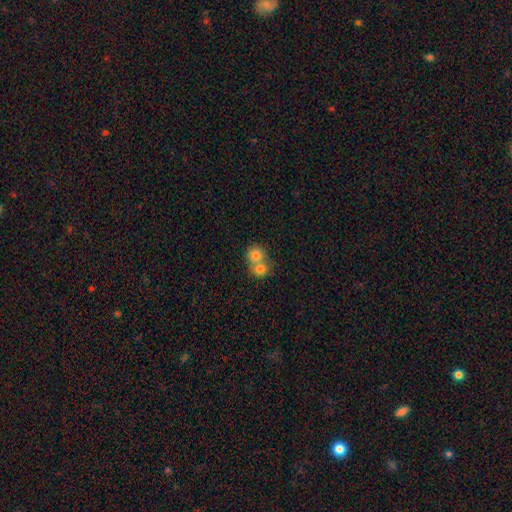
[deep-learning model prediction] Smooth or featured? smooth (76%)
How rounded? round (81%)
Merging? merger (65%)